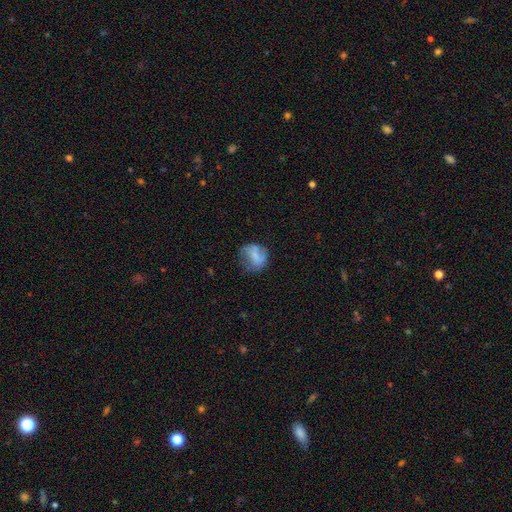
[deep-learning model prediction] Smooth or featured?
  - smooth: 58% *
  - featured or disk: 33%
  - star or artifact: 10%
How rounded?
  - round: 64% *
  - in between: 34%
  - cigar-shaped: 1%
Merging?
  - none: 46% *
  - minor disturbance: 29%
  - major disturbance: 21%
  - merger: 3%